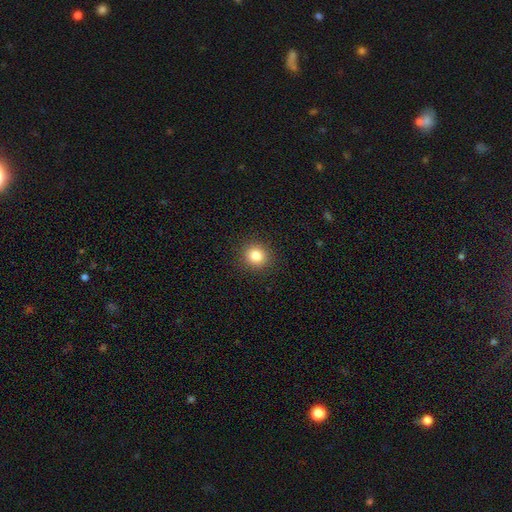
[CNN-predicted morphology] This is clearly a smooth galaxy (83%). How rounded: clearly round (87%). Merging: clearly none (91%).